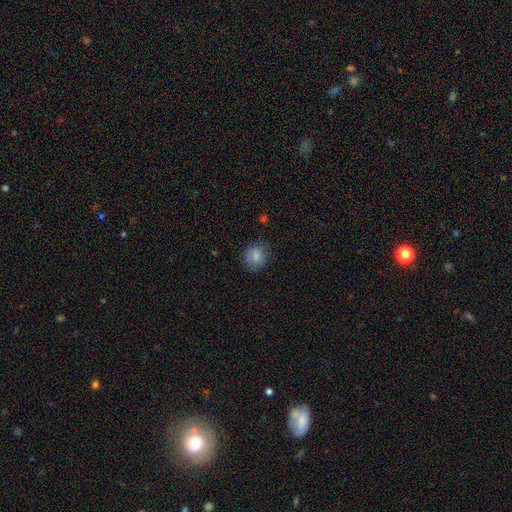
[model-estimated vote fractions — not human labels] The model was most divided on "how rounded": round: 75%, in between: 24%, cigar-shaped: 1%. More confident: smooth or featured — smooth (84%); merging — none (78%).